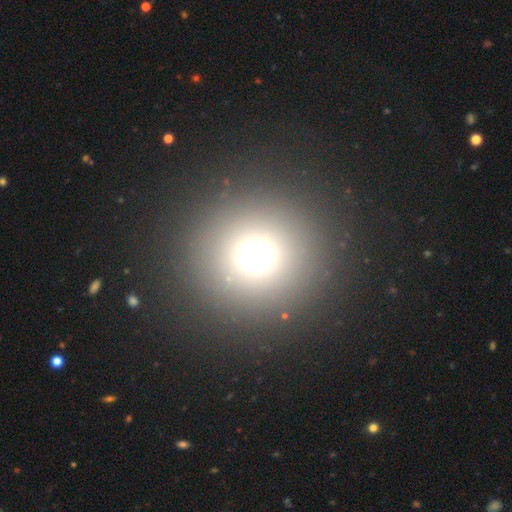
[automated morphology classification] Q: Smooth or featured?
A: smooth (67%); runner-up: star or artifact (24%)
Q: How rounded?
A: round (94%); runner-up: in between (5%)
Q: Merging?
A: none (89%); runner-up: minor disturbance (5%)